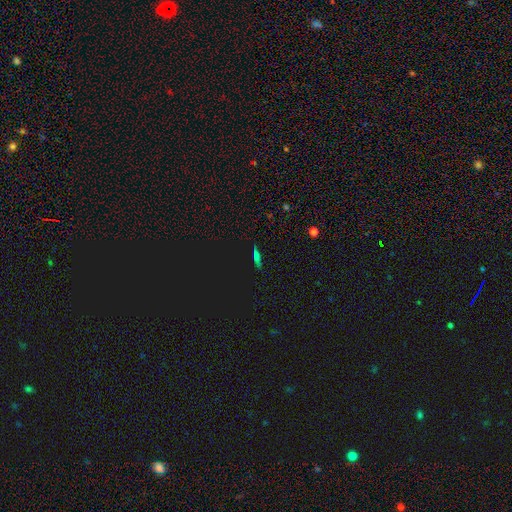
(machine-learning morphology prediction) Q: Smooth or featured?
A: smooth (39%); runner-up: featured or disk (32%)
Q: Merging?
A: none (88%); runner-up: minor disturbance (9%)